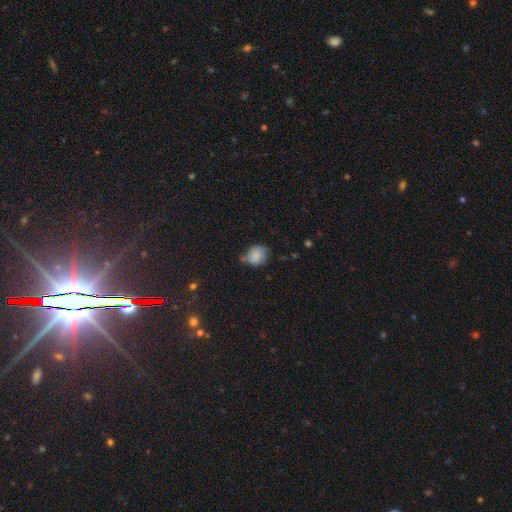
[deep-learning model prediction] This is likely a smooth galaxy (79%). How rounded: likely round (64%). Merging: possibly none (57%).